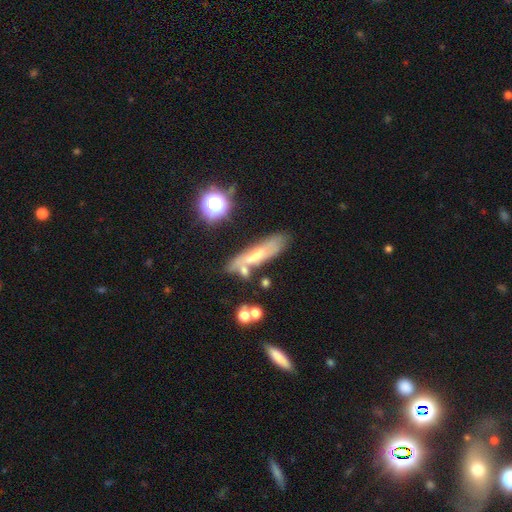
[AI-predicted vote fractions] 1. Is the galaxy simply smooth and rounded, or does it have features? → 46% featured or disk, 42% smooth, 13% star or artifact.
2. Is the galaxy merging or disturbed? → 63% none, 19% minor disturbance, 11% merger, 7% major disturbance.